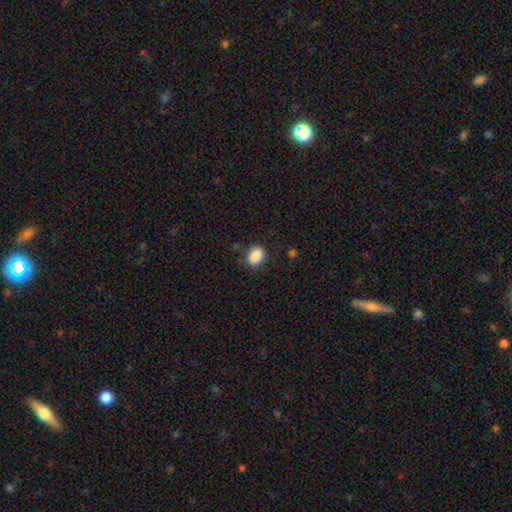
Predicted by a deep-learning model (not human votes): smooth-or-featured: smooth: 88% | star or artifact: 8% | featured or disk: 3%
  how-rounded: in between: 65% | round: 34% | cigar-shaped: 1%
  merging: none: 83% | minor disturbance: 12% | major disturbance: 3% | merger: 2%